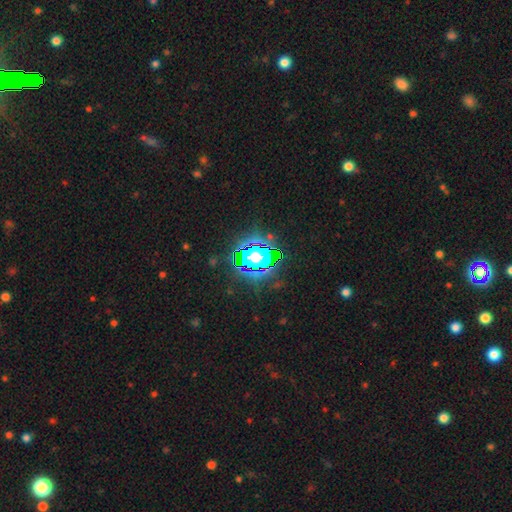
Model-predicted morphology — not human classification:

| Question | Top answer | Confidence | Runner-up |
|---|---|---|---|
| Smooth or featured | star or artifact | 82% | smooth (11%) |